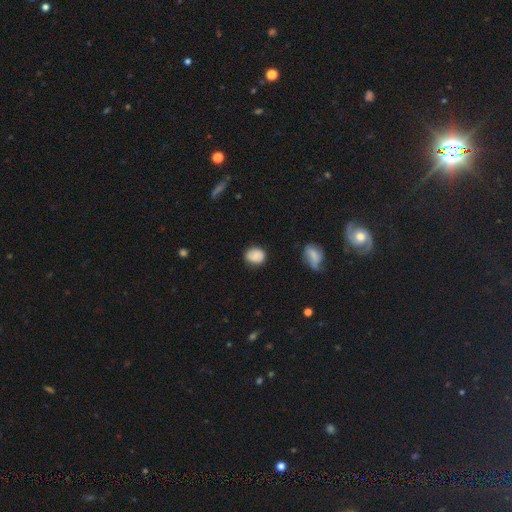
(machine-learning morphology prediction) smooth-or-featured: smooth: 78% | featured or disk: 13% | star or artifact: 9%
  how-rounded: round: 55% | in between: 44% | cigar-shaped: 1%
  merging: none: 76% | minor disturbance: 18% | major disturbance: 4% | merger: 2%